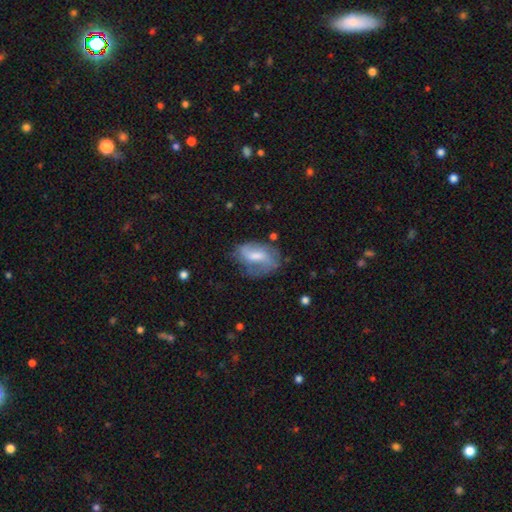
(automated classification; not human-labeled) featured or disk 52%, smooth 40%, star or artifact 8%. Down the decision tree: edge-on disk — no (95%); merging — none (52%).